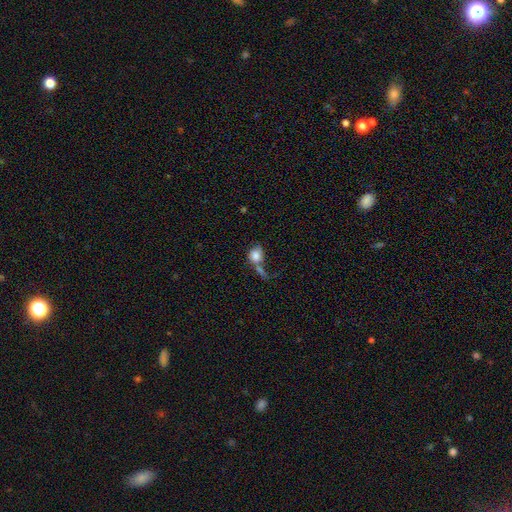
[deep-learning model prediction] Smooth or featured?
  - smooth: 73% *
  - featured or disk: 17%
  - star or artifact: 9%
How rounded?
  - round: 58% *
  - in between: 40%
  - cigar-shaped: 2%
Merging?
  - merger: 43% *
  - none: 24%
  - major disturbance: 20%
  - minor disturbance: 13%